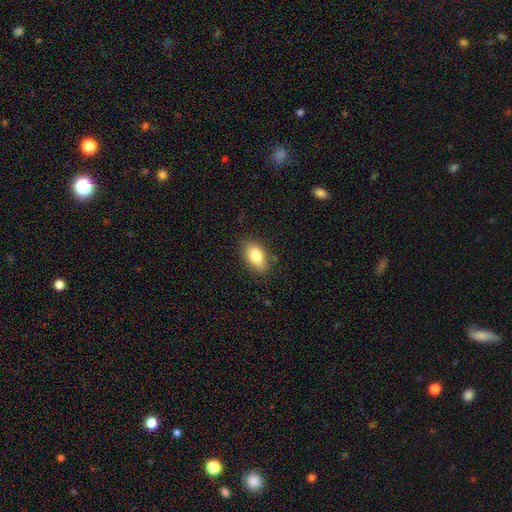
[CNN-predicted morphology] Smooth or featured?
  - smooth: 81% *
  - featured or disk: 11%
  - star or artifact: 8%
How rounded?
  - in between: 90% *
  - round: 7%
  - cigar-shaped: 3%
Merging?
  - none: 83% *
  - minor disturbance: 13%
  - major disturbance: 3%
  - merger: 1%